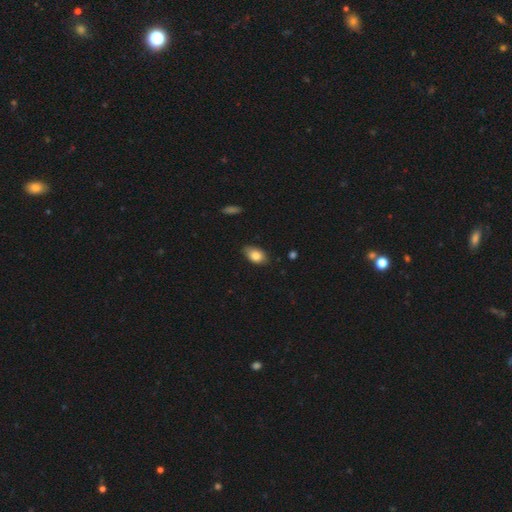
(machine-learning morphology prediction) The model was most divided on "merging": none: 78%, minor disturbance: 19%, major disturbance: 2%, merger: 1%. More confident: how rounded — in between (89%); smooth or featured — smooth (84%).